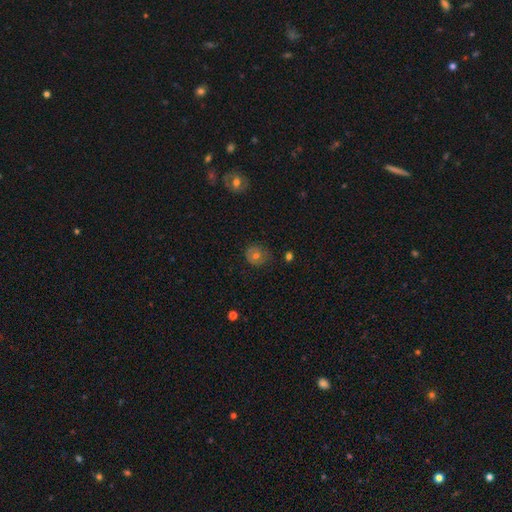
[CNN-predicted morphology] Q: Smooth or featured?
A: smooth (56%); runner-up: featured or disk (29%)
Q: How rounded?
A: round (81%); runner-up: in between (18%)
Q: Merging?
A: none (75%); runner-up: minor disturbance (18%)